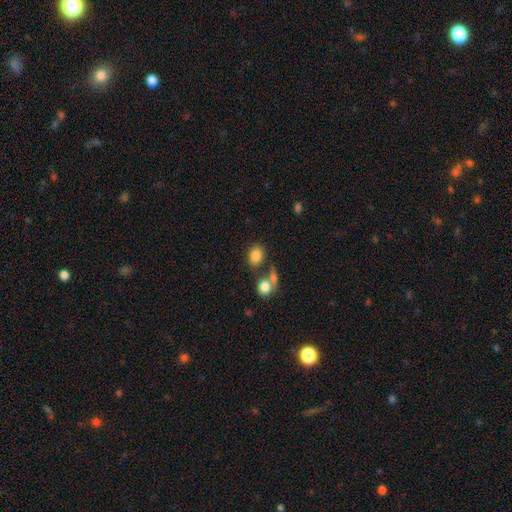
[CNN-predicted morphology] smooth 84%, star or artifact 9%, featured or disk 7%. Down the decision tree: how rounded — in between (66%); merging — none (59%).